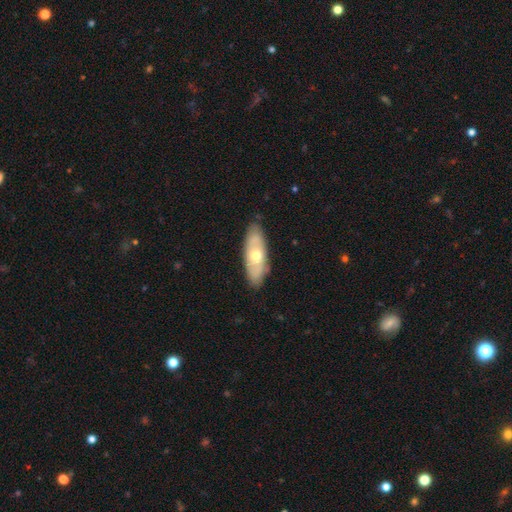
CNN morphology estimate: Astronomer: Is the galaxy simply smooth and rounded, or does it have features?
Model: featured or disk — 48% (runner-up: smooth, 46%).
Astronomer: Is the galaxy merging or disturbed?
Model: none — 83%.